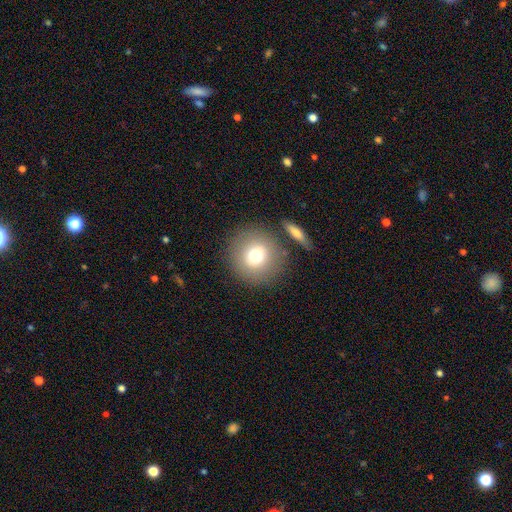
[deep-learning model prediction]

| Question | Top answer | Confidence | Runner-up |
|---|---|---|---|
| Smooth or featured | smooth | 74% | featured or disk (15%) |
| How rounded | round | 93% | in between (6%) |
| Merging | none | 81% | minor disturbance (8%) |